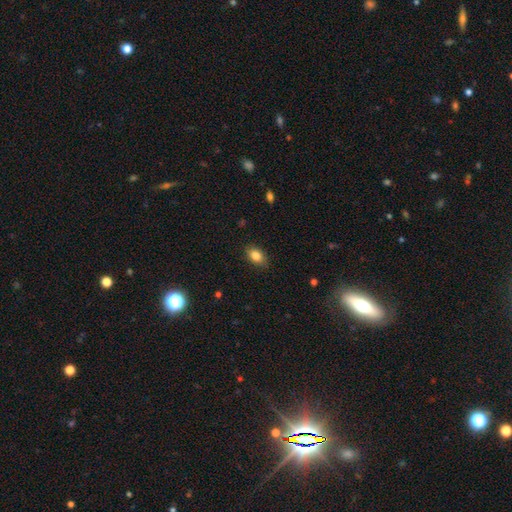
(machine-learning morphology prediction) smooth_or_featured: smooth (p=0.84) [alt: star or artifact p=0.09]
how_rounded: in between (p=0.84) [alt: round p=0.14]
merging: none (p=0.86) [alt: minor disturbance p=0.10]